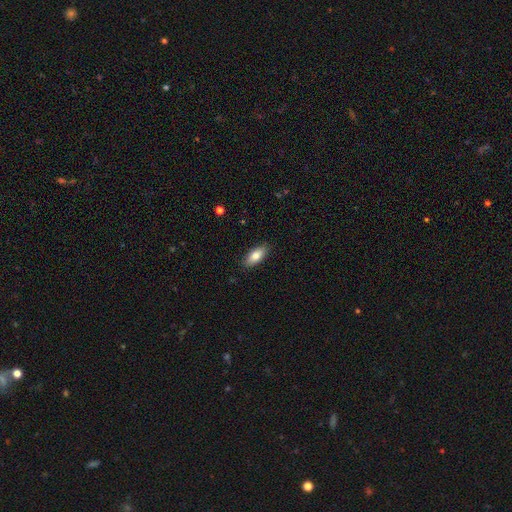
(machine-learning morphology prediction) Overall: smooth (80%). How rounded: in between (85%). Merging: none (87%).